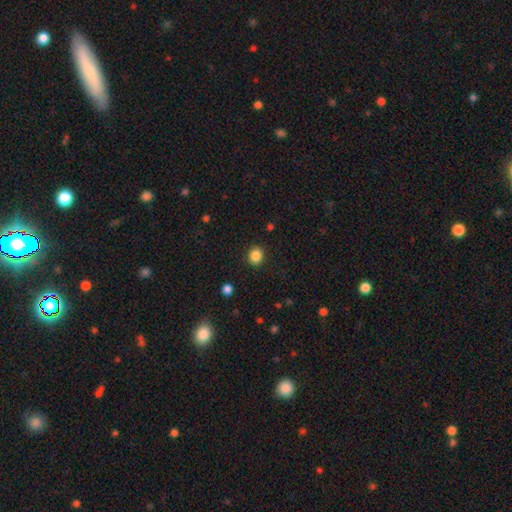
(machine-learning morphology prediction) Q: Smooth or featured?
A: smooth (86%); runner-up: star or artifact (10%)
Q: How rounded?
A: round (62%); runner-up: in between (37%)
Q: Merging?
A: none (89%); runner-up: minor disturbance (7%)